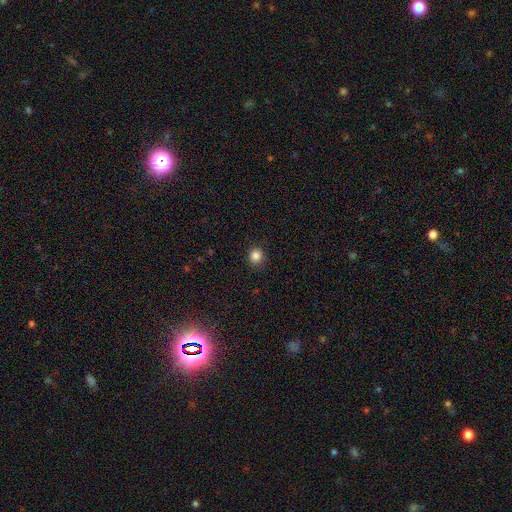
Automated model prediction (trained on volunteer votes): A smooth galaxy with no disk features (85%) that is round (89%). Merging: none (89%).